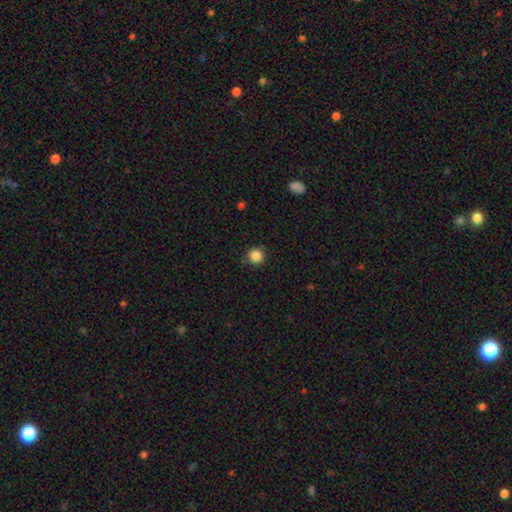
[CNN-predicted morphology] type=smooth (86%); roundness=round (95%); merging=none (88%).